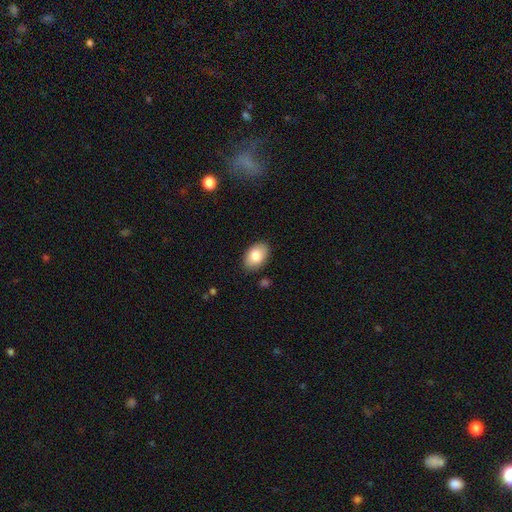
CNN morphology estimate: Smooth or featured: smooth — 83% (featured or disk — 11%)
How rounded: in between — 91% (round — 8%)
Merging: none — 86% (minor disturbance — 10%)